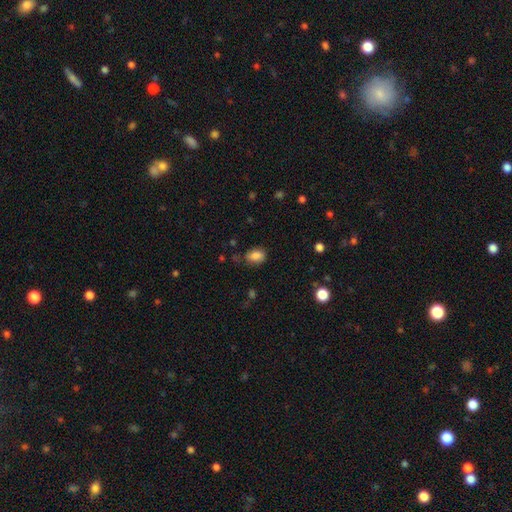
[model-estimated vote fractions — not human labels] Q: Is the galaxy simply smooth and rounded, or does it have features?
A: smooth — 84%.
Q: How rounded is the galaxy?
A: in between — 77%.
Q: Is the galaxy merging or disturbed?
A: none — 68%.